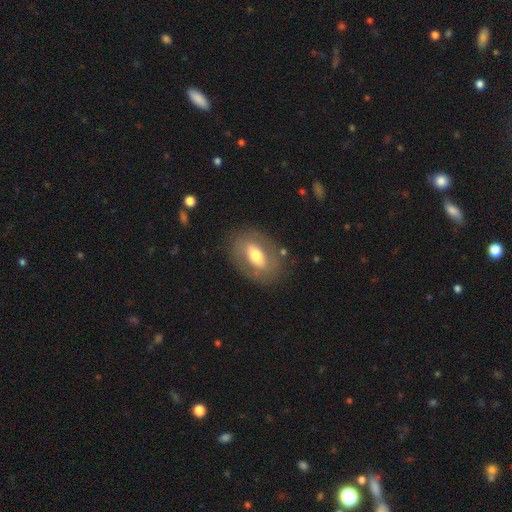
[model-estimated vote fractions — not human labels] Smooth or featured? Predicted: smooth (p=0.49). Merging? Predicted: none (p=0.79).